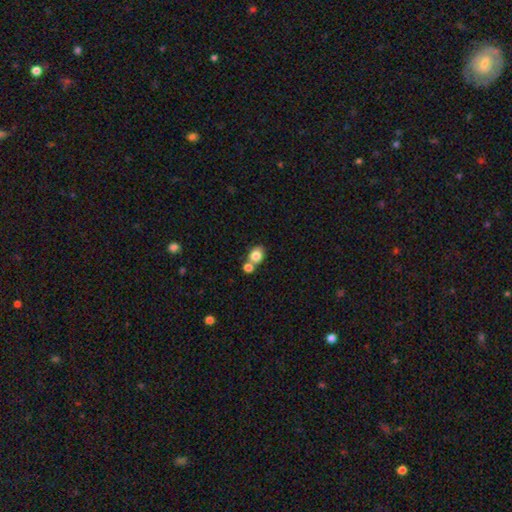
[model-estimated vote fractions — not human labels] Smooth or featured: smooth — 82% (star or artifact — 9%)
How rounded: round — 50% (in between — 49%)
Merging: none — 45% (merger — 43%)